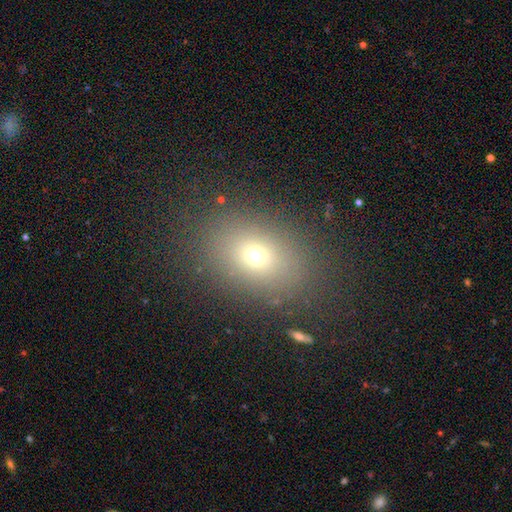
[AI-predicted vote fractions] smooth 68%, star or artifact 19%, featured or disk 13%. Down the decision tree: how rounded — in between (63%); merging — none (83%).